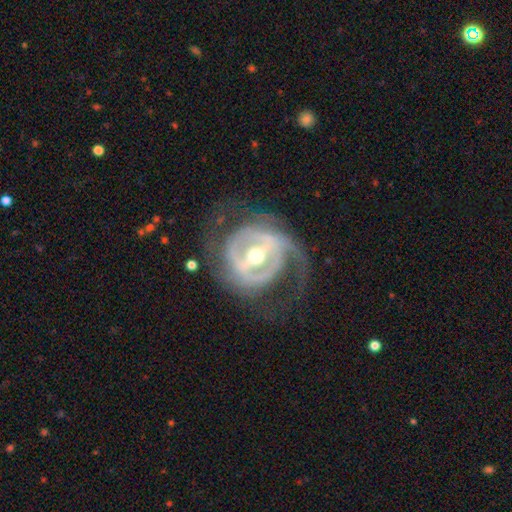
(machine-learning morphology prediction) featured or disk 88%, smooth 7%, star or artifact 5%. Down the decision tree: edge-on disk — no (95%); bar — strong (64%); spiral arms — yes (81%); spiral arm count — 2 (55%); spiral winding — tight (42%); bulge size — moderate (66%); merging — none (59%).